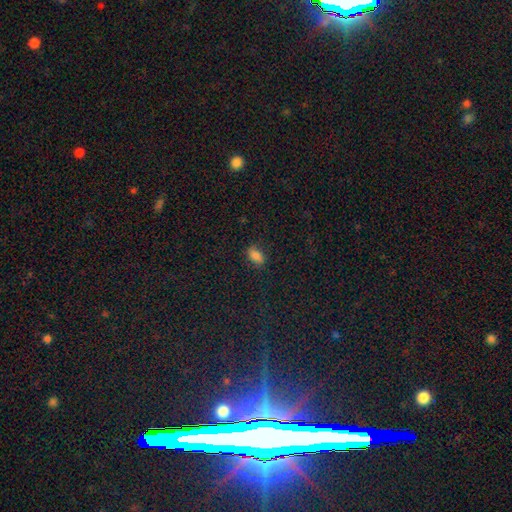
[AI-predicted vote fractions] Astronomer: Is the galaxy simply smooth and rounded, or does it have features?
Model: smooth — 78%.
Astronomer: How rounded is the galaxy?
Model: in between — 88%.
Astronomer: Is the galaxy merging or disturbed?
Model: none — 81%.